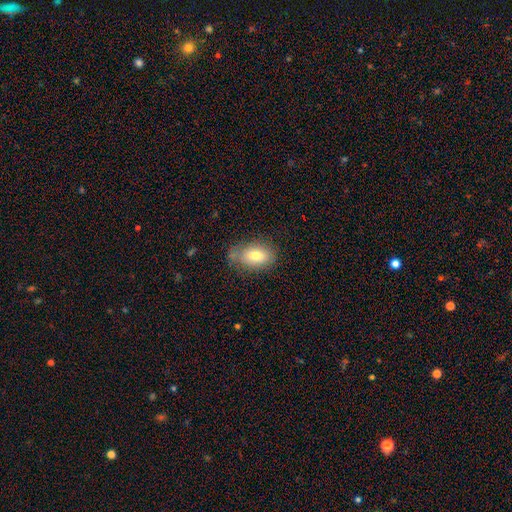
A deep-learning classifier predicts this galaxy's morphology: This appears to be a smooth galaxy with no disk features (77%) that is in between round and cigar-shaped (83%). Merging: none (65%).